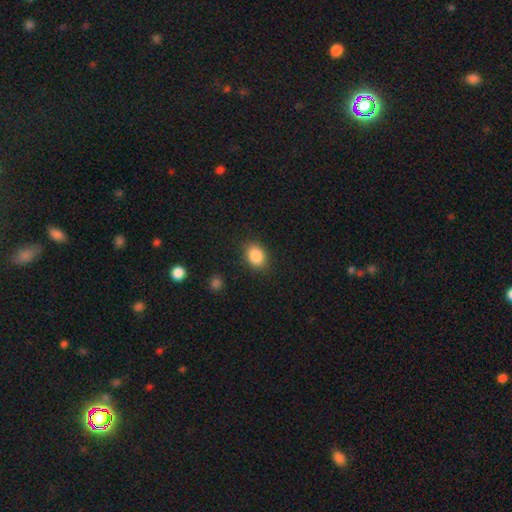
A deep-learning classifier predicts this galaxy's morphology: smooth 87%, star or artifact 9%, featured or disk 5%. Down the decision tree: how rounded — in between (61%); merging — none (85%).